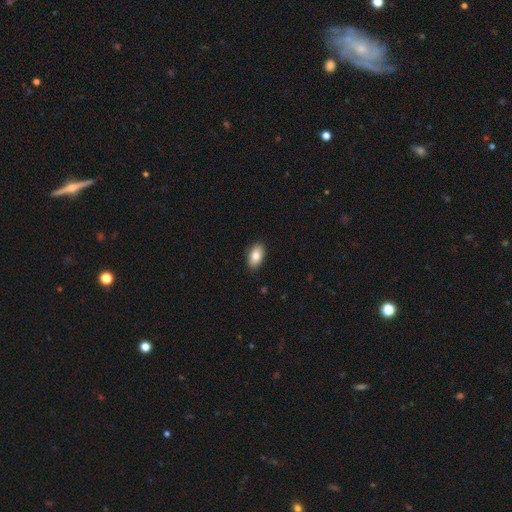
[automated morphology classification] Smooth or featured? Predicted: smooth (p=0.83). How rounded? Predicted: in between (p=0.93). Merging? Predicted: none (p=0.89).